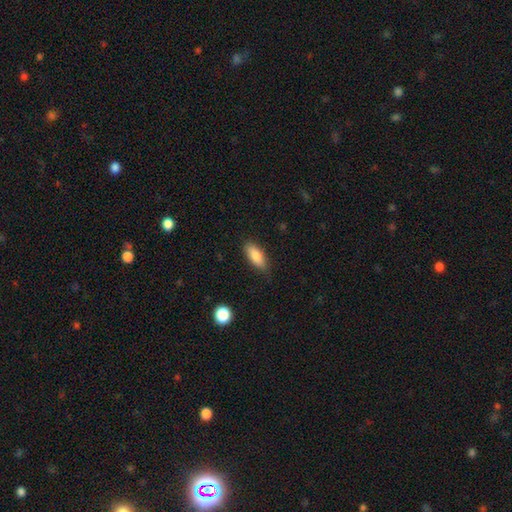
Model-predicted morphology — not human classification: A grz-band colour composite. It shows a smooth galaxy with no disk features (84%) that is in between round and cigar-shaped (77%). Merging: none (81%).